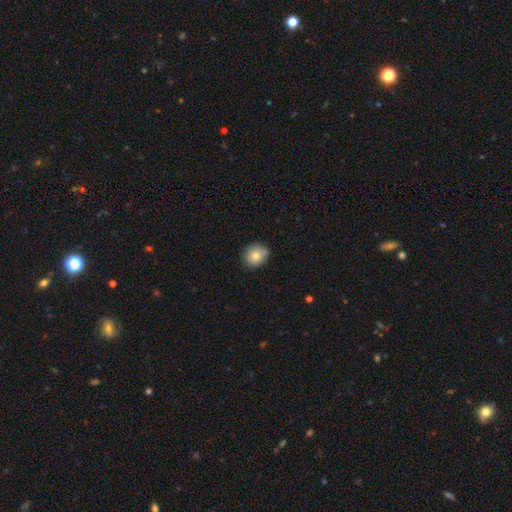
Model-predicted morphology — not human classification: Smooth or featured?
  - smooth: 82% *
  - featured or disk: 9%
  - star or artifact: 9%
How rounded?
  - round: 73% *
  - in between: 27%
  - cigar-shaped: 1%
Merging?
  - none: 78% *
  - minor disturbance: 16%
  - major disturbance: 3%
  - merger: 3%